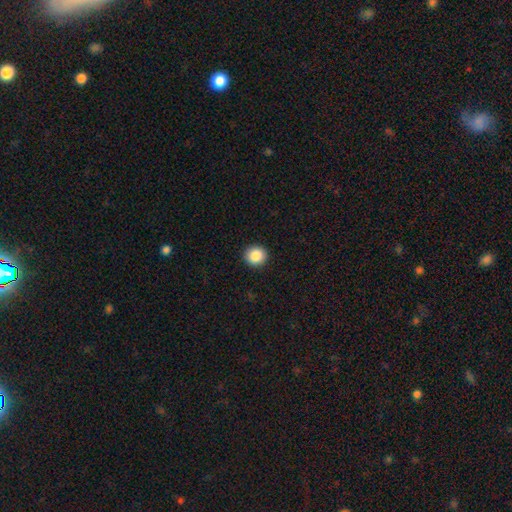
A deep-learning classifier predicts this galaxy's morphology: Overall: smooth (87%). How rounded: round (92%). Merging: none (93%).